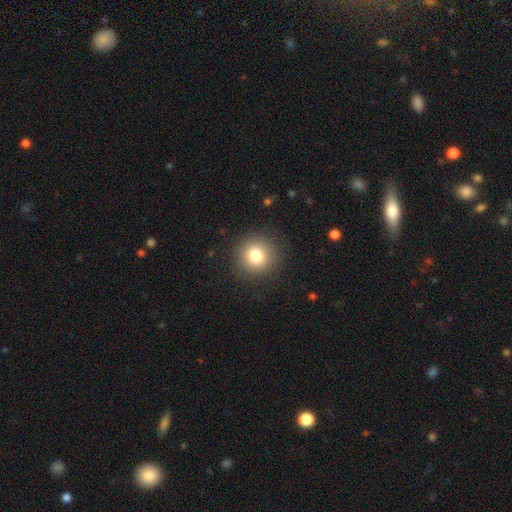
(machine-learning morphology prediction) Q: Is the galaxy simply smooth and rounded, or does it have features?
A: smooth — 80%.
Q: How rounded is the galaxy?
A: round — 93%.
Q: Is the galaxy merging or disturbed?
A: none — 89%.